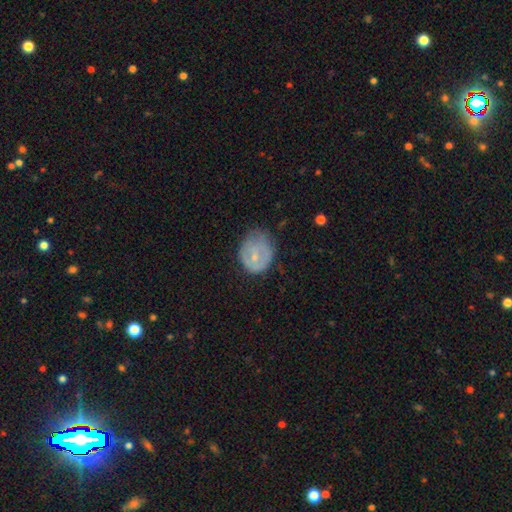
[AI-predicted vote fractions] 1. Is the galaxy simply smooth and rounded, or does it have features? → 54% smooth, 38% featured or disk, 8% star or artifact.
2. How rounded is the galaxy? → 59% round, 40% in between, 1% cigar-shaped.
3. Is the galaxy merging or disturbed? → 40% none, 39% minor disturbance, 20% major disturbance, 2% merger.